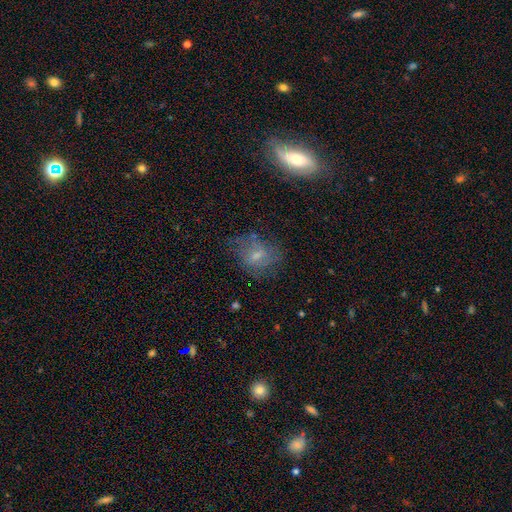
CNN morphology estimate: Smooth or featured? Predicted: smooth (p=0.49). Merging? Predicted: none (p=0.60).